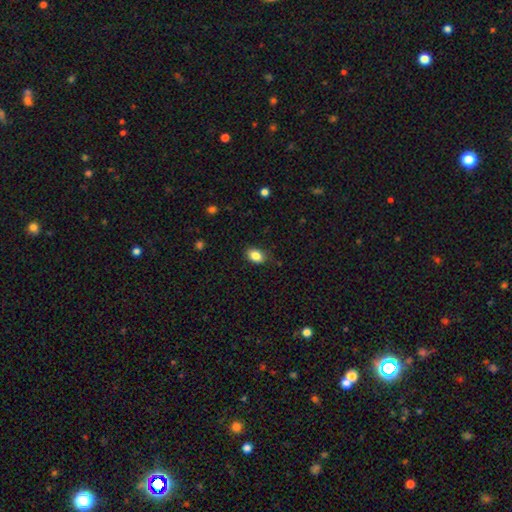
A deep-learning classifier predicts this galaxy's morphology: smooth-or-featured: smooth: 86% | star or artifact: 8% | featured or disk: 5%
  how-rounded: in between: 81% | round: 18% | cigar-shaped: 1%
  merging: none: 83% | minor disturbance: 13% | major disturbance: 3% | merger: 1%